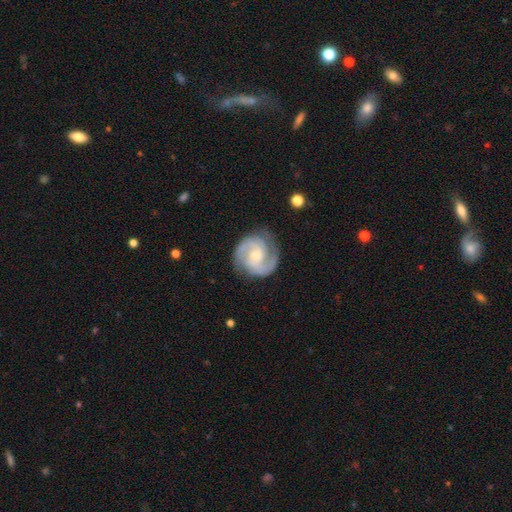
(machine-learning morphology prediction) featured or disk 89%, smooth 6%, star or artifact 4%. Down the decision tree: edge-on disk — no (98%); bar — no (56%); spiral arms — yes (98%); spiral arm count — 2 (81%); spiral winding — tight (48%); bulge size — small (57%); merging — none (80%).